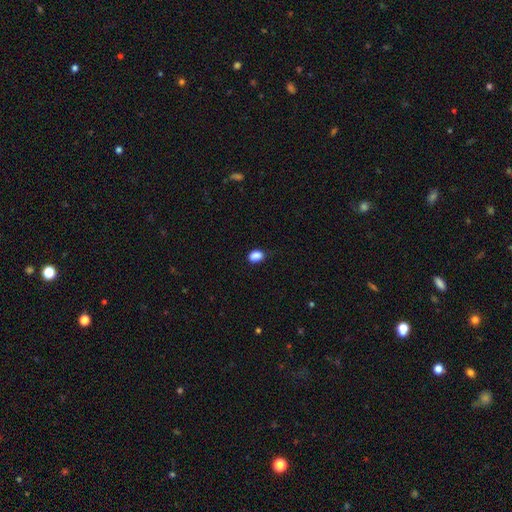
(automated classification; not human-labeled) A smooth galaxy with no disk features (88%) that is in between round and cigar-shaped (69%).

Vote fractions:
- Smooth or featured? smooth: 88% / star or artifact: 9% / featured or disk: 3%
- How rounded? in between: 69% / round: 30% / cigar-shaped: 1%
- Merging? none: 80% / minor disturbance: 16% / major disturbance: 3% / merger: 1%